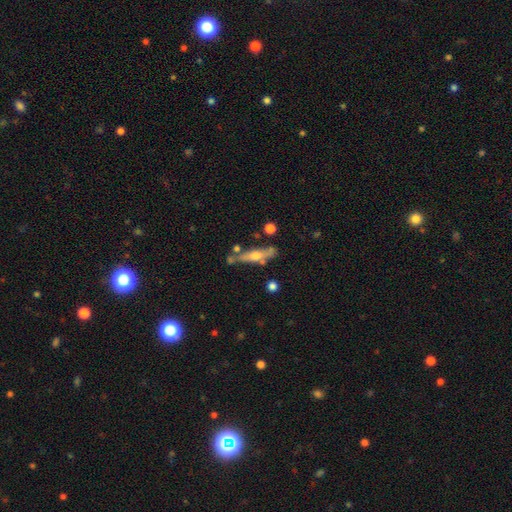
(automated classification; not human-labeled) smooth_or_featured: featured or disk (p=0.60) [alt: smooth p=0.33]
disk_edge_on: yes (p=0.86) [alt: no p=0.14]
edge_on_bulge: rounded (p=0.89) [alt: none p=0.06]
merging: none (p=0.66) [alt: minor disturbance p=0.17]